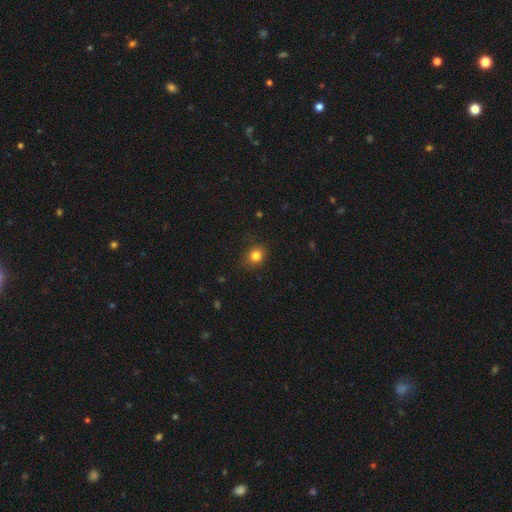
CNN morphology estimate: This appears to be a smooth galaxy with no disk features (82%) that is round (67%). Merging: none (81%).